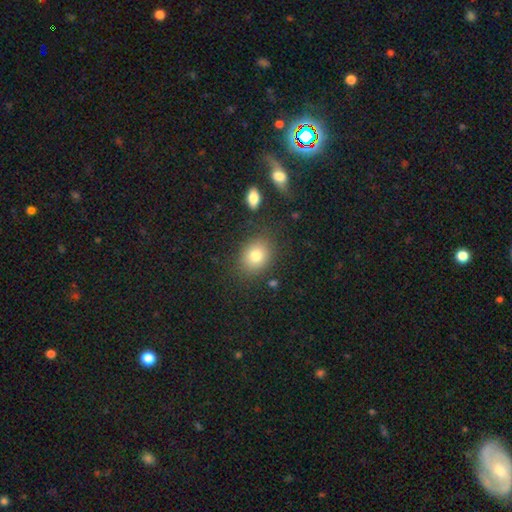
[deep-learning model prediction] smooth-or-featured: smooth: 81% | star or artifact: 10% | featured or disk: 9%
  how-rounded: round: 50% | in between: 49% | cigar-shaped: 1%
  merging: none: 82% | minor disturbance: 11% | major disturbance: 4% | merger: 3%